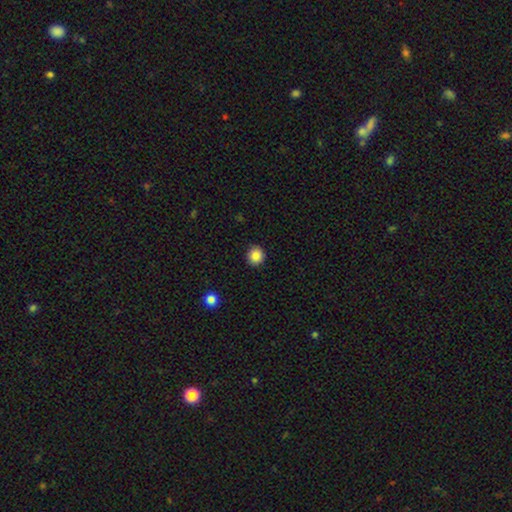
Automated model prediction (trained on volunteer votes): smooth 87%, star or artifact 9%, featured or disk 3%. Down the decision tree: how rounded — round (90%); merging — none (90%).